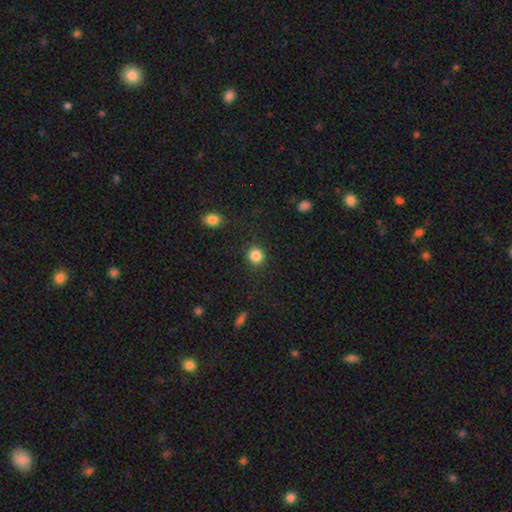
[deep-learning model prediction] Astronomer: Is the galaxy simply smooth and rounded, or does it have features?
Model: smooth — 86%.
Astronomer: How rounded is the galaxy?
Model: round — 90%.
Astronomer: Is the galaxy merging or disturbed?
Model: none — 89%.